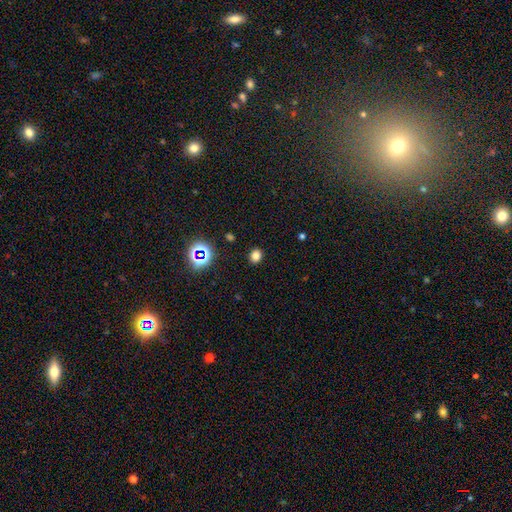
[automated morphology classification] Overall: smooth (76%). How rounded: round (63%; in between 36%). Merging: none (89%).